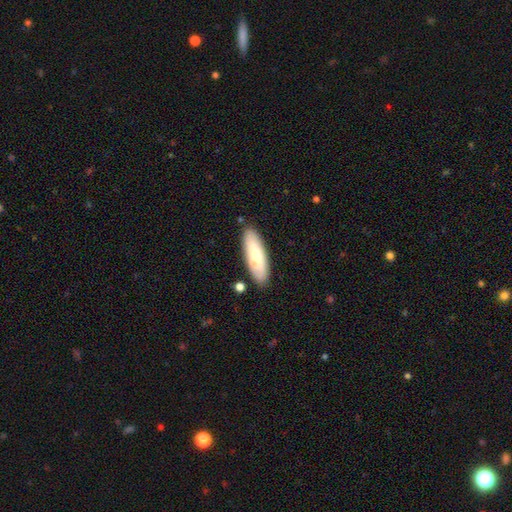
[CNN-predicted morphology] Smooth or featured?
  - smooth: 66% *
  - featured or disk: 28%
  - star or artifact: 6%
How rounded?
  - in between: 56% *
  - cigar-shaped: 43%
  - round: 2%
Merging?
  - none: 81% *
  - minor disturbance: 12%
  - merger: 5%
  - major disturbance: 3%